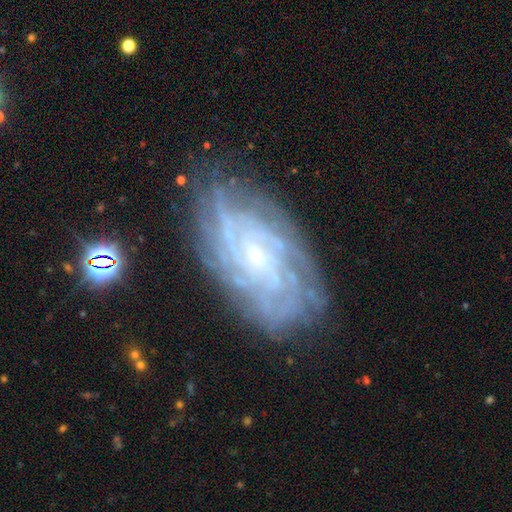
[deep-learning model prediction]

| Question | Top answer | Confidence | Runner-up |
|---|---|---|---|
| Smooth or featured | featured or disk | 85% | smooth (8%) |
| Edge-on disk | no | 95% | yes (5%) |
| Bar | no | 65% | weak (28%) |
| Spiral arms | yes | 97% | no (3%) |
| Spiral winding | tight | 74% | medium (22%) |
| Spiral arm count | can't tell | 32% | 4 (22%) |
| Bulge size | small | 78% | moderate (14%) |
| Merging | none | 76% | minor disturbance (17%) |